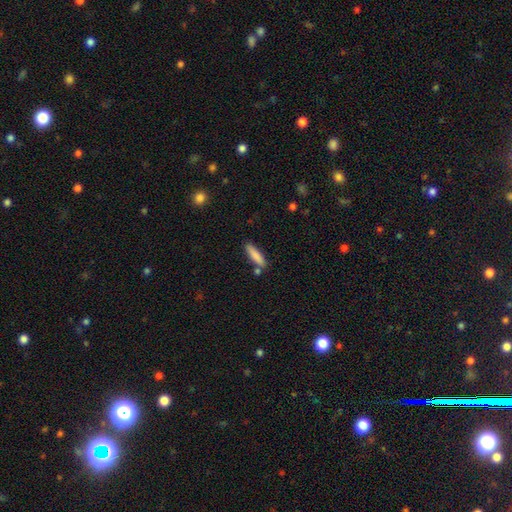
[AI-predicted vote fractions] smooth_or_featured: smooth (p=0.84) [alt: featured or disk p=0.10]
how_rounded: cigar-shaped (p=0.73) [alt: in between p=0.25]
merging: none (p=0.78) [alt: minor disturbance p=0.12]